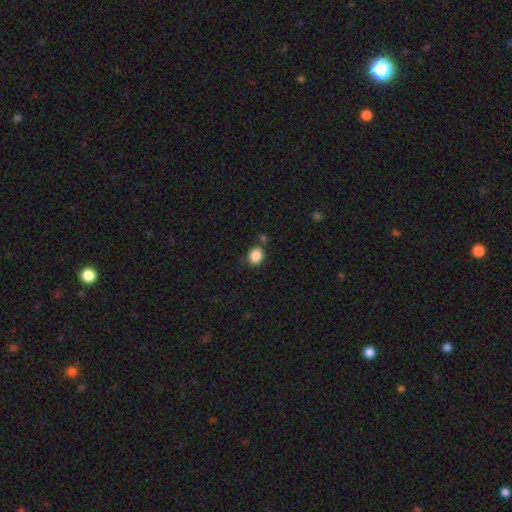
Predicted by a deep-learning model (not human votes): smooth 87%, star or artifact 10%, featured or disk 4%. Down the decision tree: how rounded — round (63%); merging — none (73%).